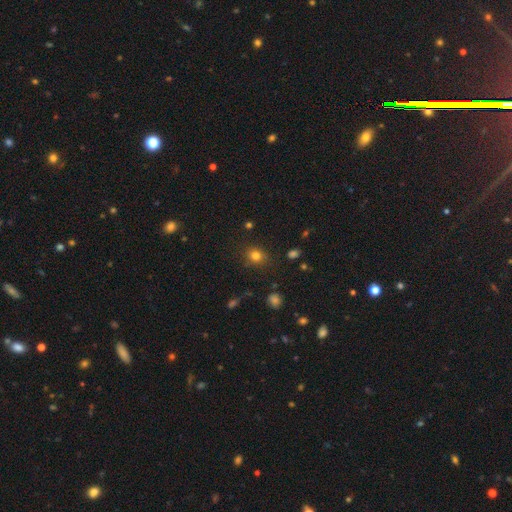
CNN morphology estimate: Smooth or featured? Predicted: smooth (p=0.79). How rounded? Predicted: round (p=0.73). Merging? Predicted: none (p=0.83).